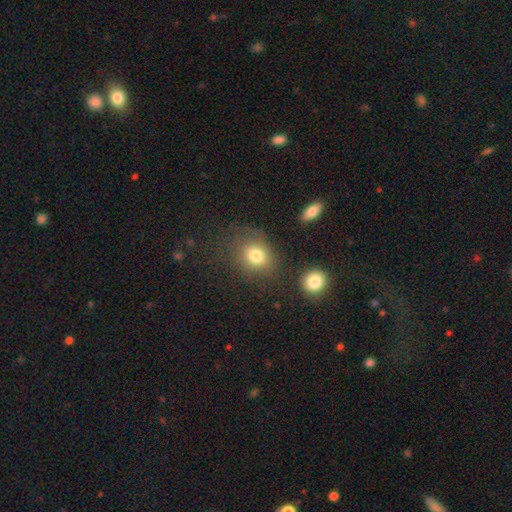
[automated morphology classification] A smooth galaxy with no disk features (80%) that is round (53%). Merging: none (68%).